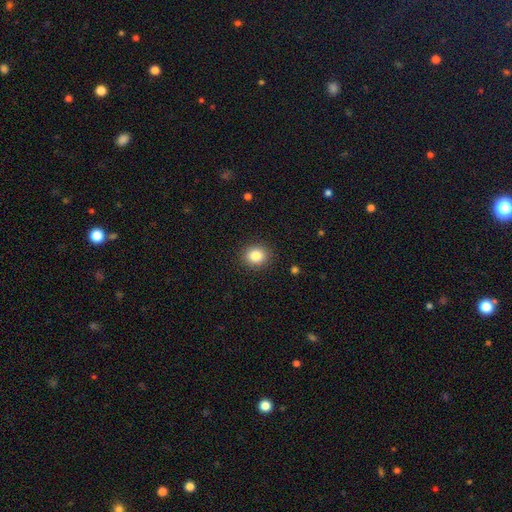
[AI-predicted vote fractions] Smooth or featured? smooth (84%)
How rounded? round (75%)
Merging? none (90%)